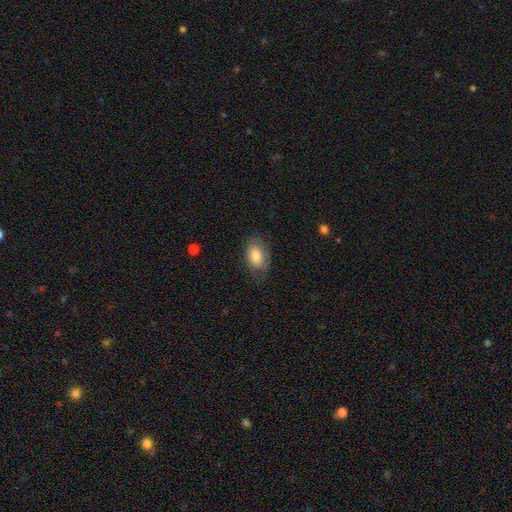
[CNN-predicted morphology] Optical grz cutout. It shows a smooth galaxy with no disk features (80%) that is in between round and cigar-shaped (90%). Merging: none (67%).